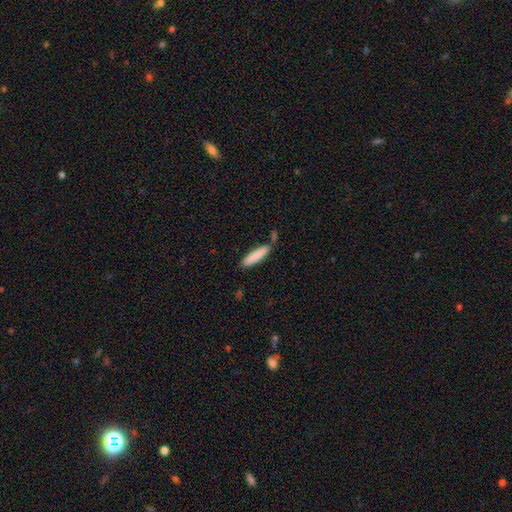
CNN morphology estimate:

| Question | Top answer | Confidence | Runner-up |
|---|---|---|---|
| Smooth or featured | smooth | 86% | featured or disk (8%) |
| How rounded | cigar-shaped | 78% | in between (21%) |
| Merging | none | 71% | minor disturbance (16%) |